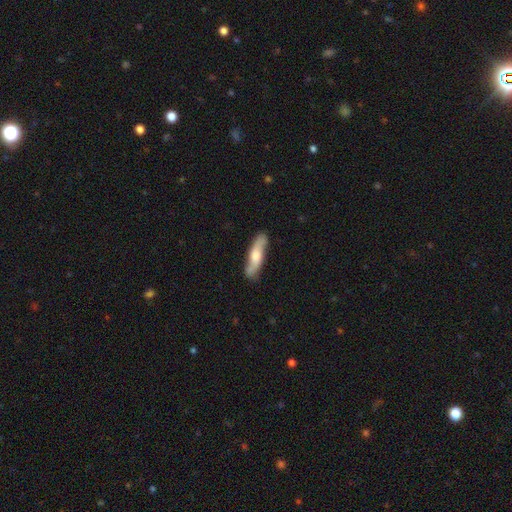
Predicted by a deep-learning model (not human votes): Q: Smooth or featured?
A: smooth (49%); runner-up: featured or disk (46%)
Q: Merging?
A: none (80%); runner-up: minor disturbance (15%)